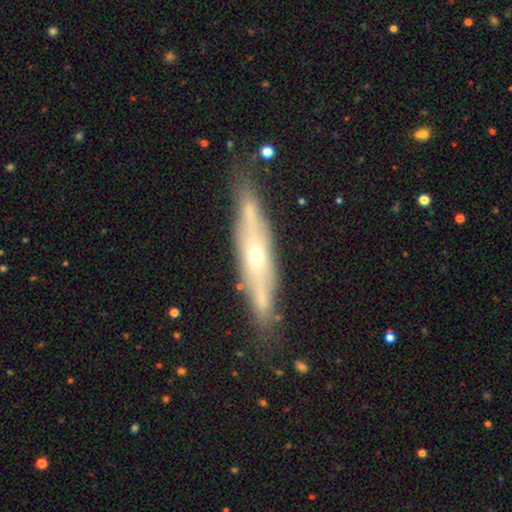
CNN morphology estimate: Smooth or featured: featured or disk — 55% (smooth — 37%)
Edge-on disk: yes — 75% (no — 25%)
Merging: none — 75% (minor disturbance — 16%)